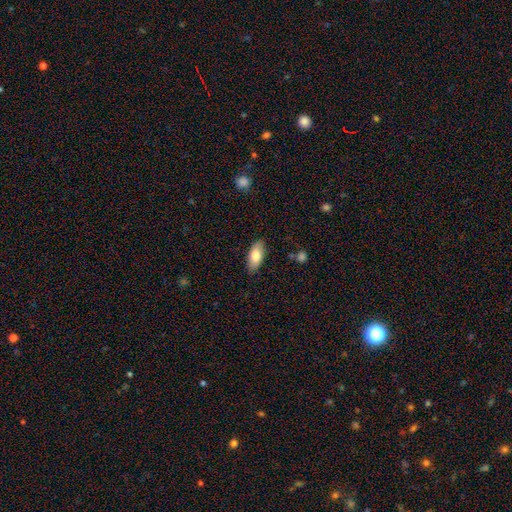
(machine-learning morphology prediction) smooth-or-featured: smooth: 79% | featured or disk: 15% | star or artifact: 6%
  how-rounded: in between: 87% | cigar-shaped: 10% | round: 2%
  merging: none: 87% | minor disturbance: 10% | major disturbance: 2% | merger: 1%